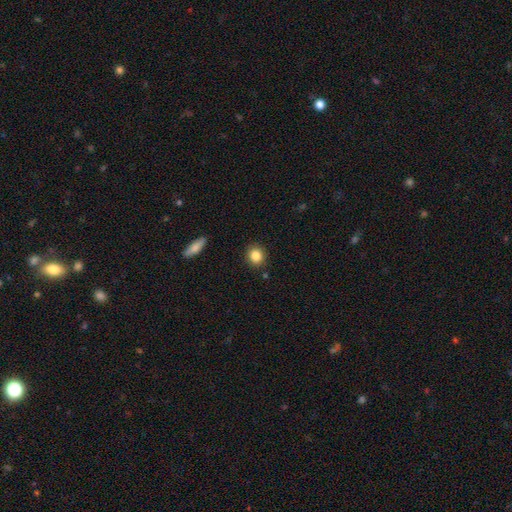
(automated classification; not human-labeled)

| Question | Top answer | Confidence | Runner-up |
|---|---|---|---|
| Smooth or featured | smooth | 85% | star or artifact (10%) |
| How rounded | round | 79% | in between (19%) |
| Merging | none | 89% | minor disturbance (7%) |